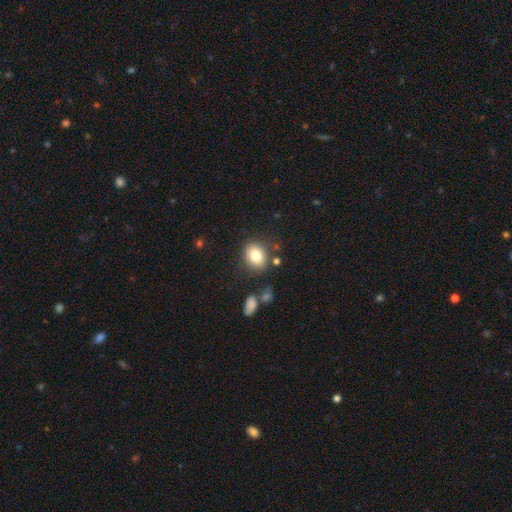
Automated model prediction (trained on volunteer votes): smooth_or_featured: smooth (p=0.80) [alt: featured or disk p=0.10]
how_rounded: in between (p=0.56) [alt: round p=0.43]
merging: none (p=0.78) [alt: minor disturbance p=0.12]